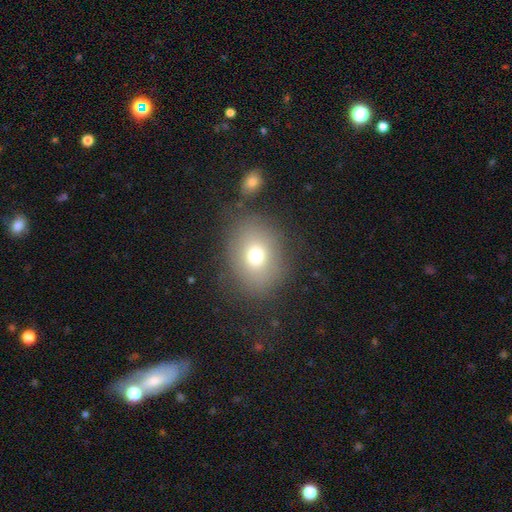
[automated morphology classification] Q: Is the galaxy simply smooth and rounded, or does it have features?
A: smooth — 71%.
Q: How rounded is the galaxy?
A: round — 54%.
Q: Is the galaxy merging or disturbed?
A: none — 75%.